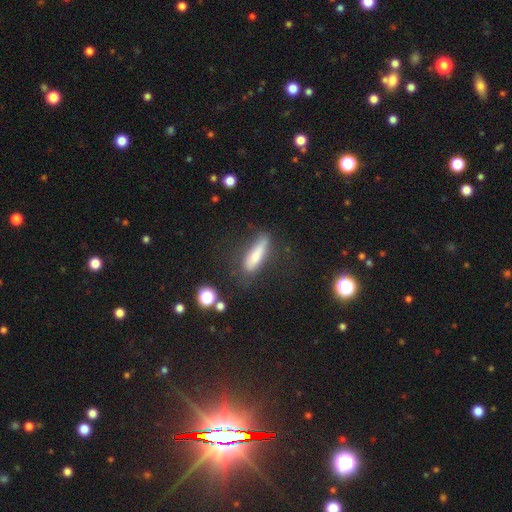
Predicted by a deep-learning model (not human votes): smooth_or_featured: smooth (p=0.69) [alt: featured or disk p=0.23]
how_rounded: cigar-shaped (p=0.72) [alt: in between p=0.26]
merging: none (p=0.68) [alt: minor disturbance p=0.20]